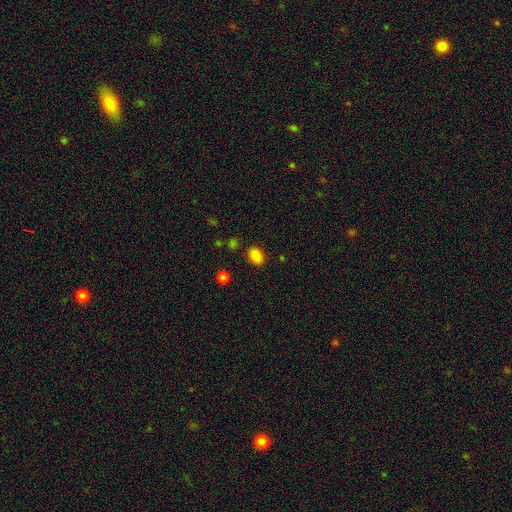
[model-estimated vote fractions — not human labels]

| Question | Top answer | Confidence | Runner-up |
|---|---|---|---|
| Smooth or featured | smooth | 85% | star or artifact (11%) |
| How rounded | in between | 75% | round (24%) |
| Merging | none | 85% | minor disturbance (10%) |